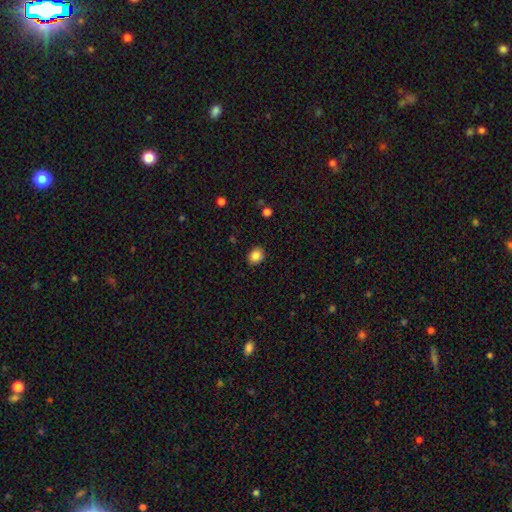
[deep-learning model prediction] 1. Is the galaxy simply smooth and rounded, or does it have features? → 85% smooth, 10% star or artifact, 5% featured or disk.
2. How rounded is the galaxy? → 56% round, 43% in between, 1% cigar-shaped.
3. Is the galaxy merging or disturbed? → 89% none, 8% minor disturbance, 2% major disturbance, 1% merger.